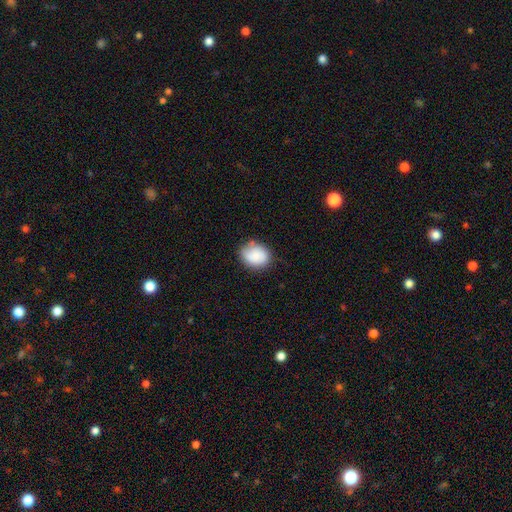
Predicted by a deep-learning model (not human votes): A smooth galaxy with no disk features (84%) that is in between round and cigar-shaped (50%). Merging: none (71%).